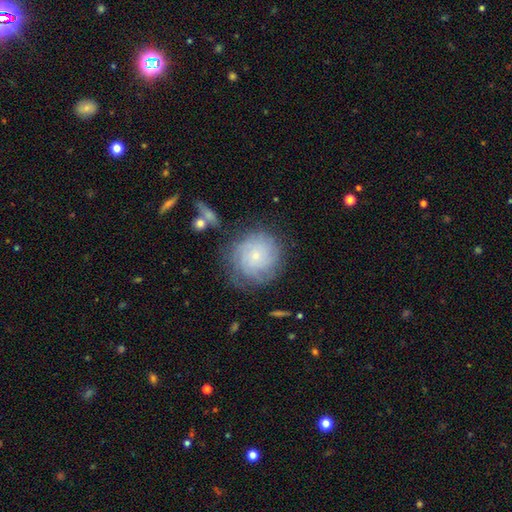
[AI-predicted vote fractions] smooth-or-featured: featured or disk: 58% | smooth: 32% | star or artifact: 9%
  disk-edge-on: no: 97% | yes: 3%
    bar: no: 85% | weak: 13% | strong: 2%
    has-spiral-arms: yes: 86% | no: 14%
    bulge-size: small: 83% | moderate: 12% | none: 2% | large: 1% | dominant: 1%
  merging: none: 72% | minor disturbance: 17% | major disturbance: 8% | merger: 3%